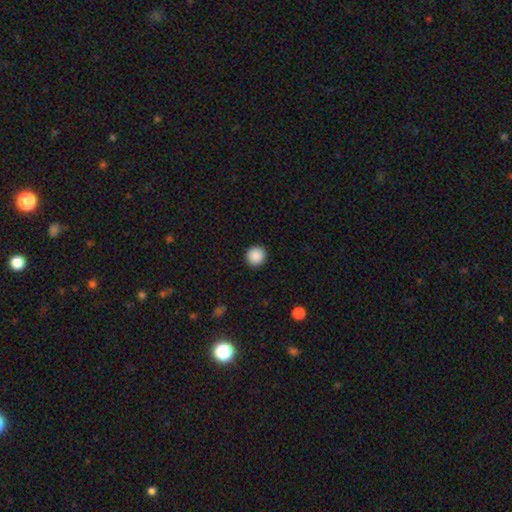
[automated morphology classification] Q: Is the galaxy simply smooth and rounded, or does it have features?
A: smooth — 89%.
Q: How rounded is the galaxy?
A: round — 94%.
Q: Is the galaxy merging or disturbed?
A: none — 93%.